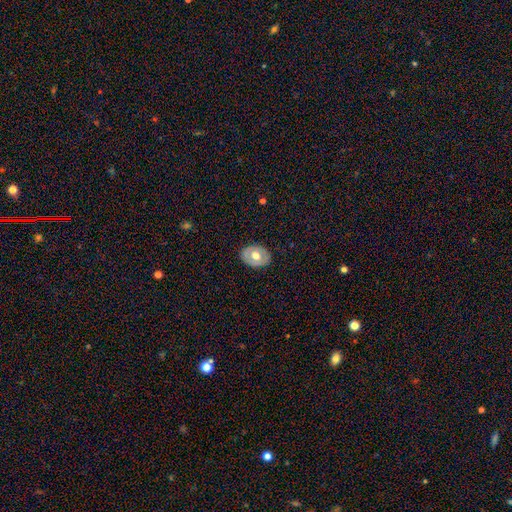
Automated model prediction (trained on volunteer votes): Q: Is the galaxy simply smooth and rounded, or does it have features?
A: smooth — 54%.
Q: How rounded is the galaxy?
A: in between — 67%.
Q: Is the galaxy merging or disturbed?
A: none — 86%.